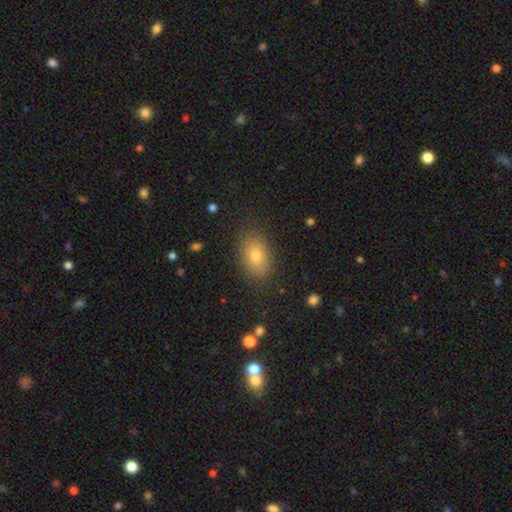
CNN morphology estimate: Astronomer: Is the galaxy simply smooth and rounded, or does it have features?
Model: smooth — 77%.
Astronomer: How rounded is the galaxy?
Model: in between — 84%.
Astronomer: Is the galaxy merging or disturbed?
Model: none — 86%.